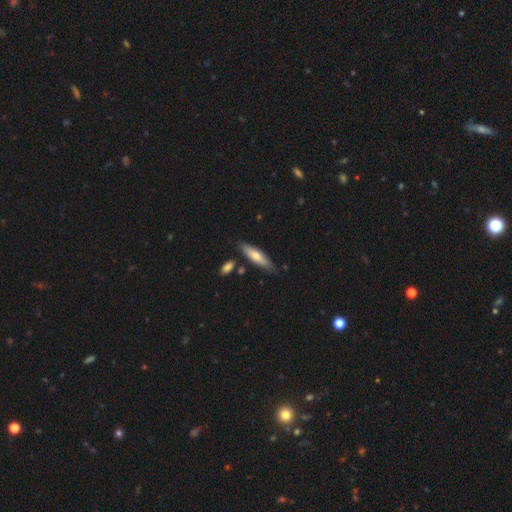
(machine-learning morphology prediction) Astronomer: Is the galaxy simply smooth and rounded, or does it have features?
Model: smooth — 64%.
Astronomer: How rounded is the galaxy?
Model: cigar-shaped — 63%.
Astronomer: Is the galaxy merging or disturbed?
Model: none — 78%.